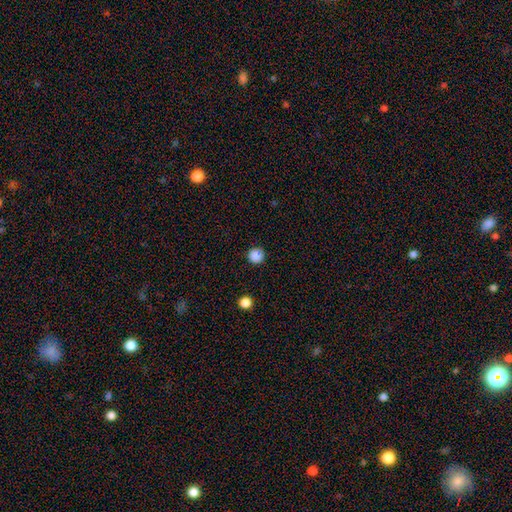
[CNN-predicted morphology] smooth-or-featured: smooth: 86% | star or artifact: 11% | featured or disk: 3%
  how-rounded: round: 96% | in between: 3% | cigar-shaped: 1%
  merging: none: 91% | minor disturbance: 6% | major disturbance: 2% | merger: 1%